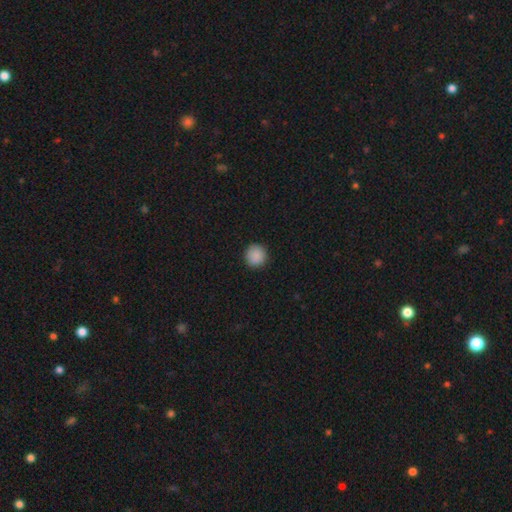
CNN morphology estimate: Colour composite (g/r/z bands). It shows a smooth galaxy with no disk features (89%) that is round (95%). Merging: none (93%).